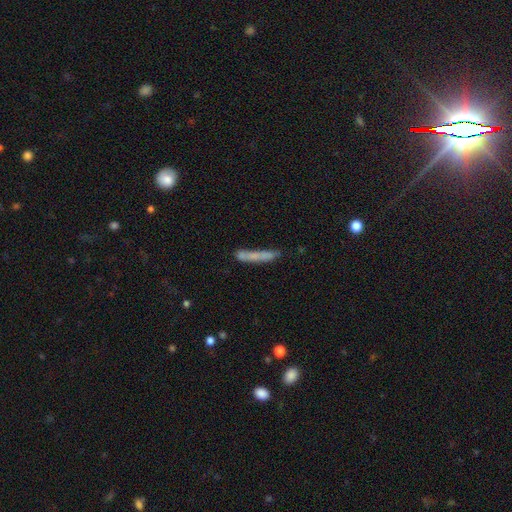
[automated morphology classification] type=smooth (66%); roundness=cigar-shaped (94%); merging=none (68%).